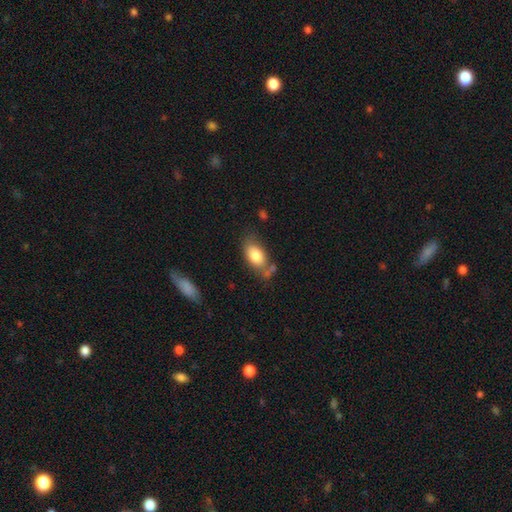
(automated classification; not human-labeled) A smooth galaxy with no disk features (80%) that is in between round and cigar-shaped (90%). Merging: none (58%).